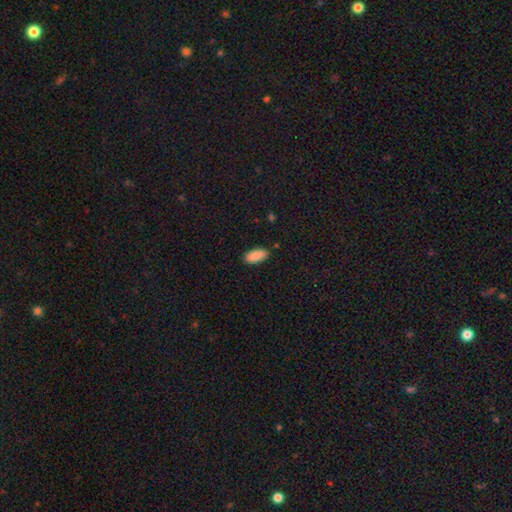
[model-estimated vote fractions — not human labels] A smooth galaxy with no disk features (89%) that is in between round and cigar-shaped (87%). Merging: none (86%).